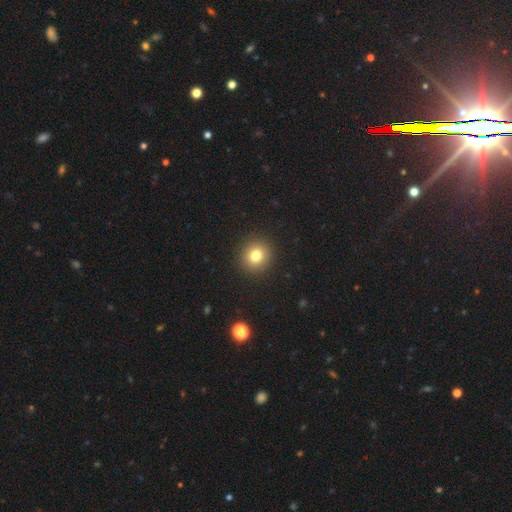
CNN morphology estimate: The model was most divided on "smooth or featured": smooth: 79%, star or artifact: 13%, featured or disk: 9%. More confident: merging — none (92%); how rounded — round (92%).